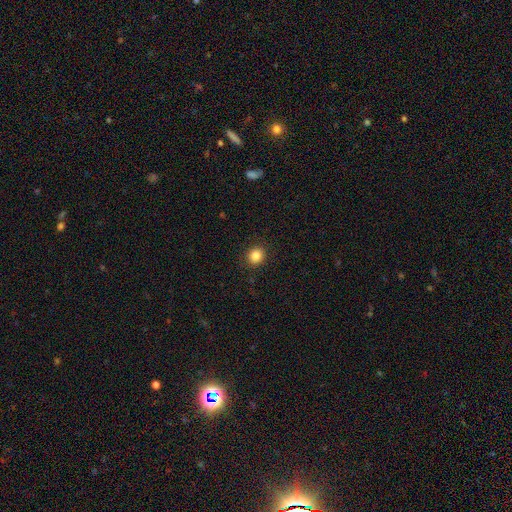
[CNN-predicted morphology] This appears to be a smooth galaxy with no disk features (85%) that is round (80%). Merging: none (90%).